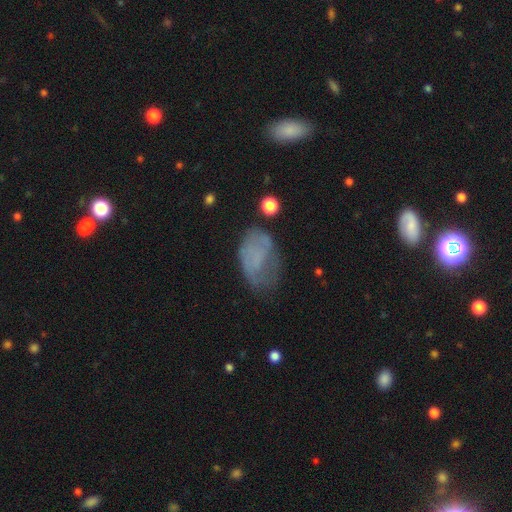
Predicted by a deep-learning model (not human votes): Smooth or featured?
  - smooth: 52% *
  - featured or disk: 35%
  - star or artifact: 13%
How rounded?
  - in between: 89% *
  - round: 9%
  - cigar-shaped: 2%
Merging?
  - none: 45% *
  - minor disturbance: 30%
  - major disturbance: 22%
  - merger: 3%